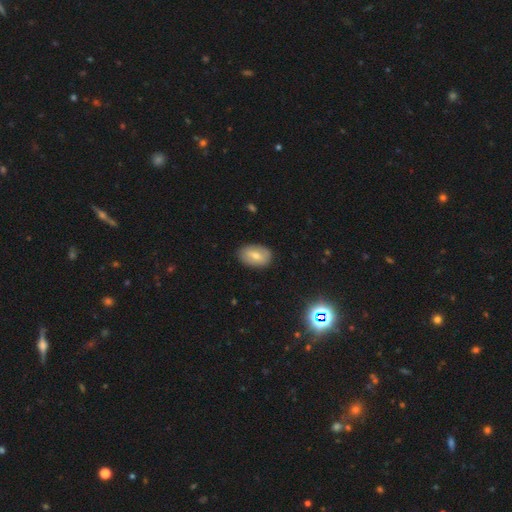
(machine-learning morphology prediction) type=smooth (65%); roundness=in between (87%); merging=none (86%).